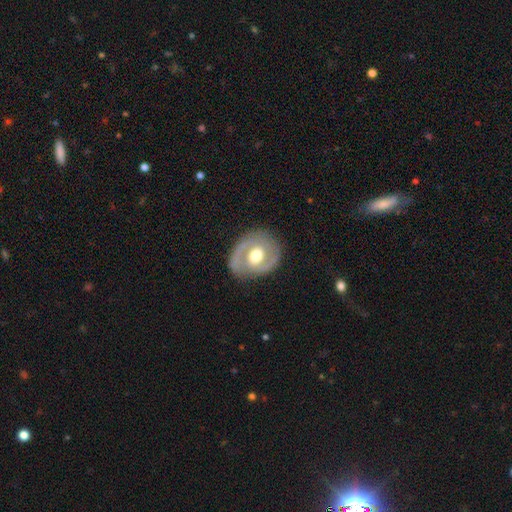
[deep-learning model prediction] This is likely a featured or disk galaxy (74%). It is clearly not viewed edge-on (97%). Bar: possibly no (52%). Spiral arm pattern: likely yes (76%). Spiral arm count: clearly 2 (80%). Spiral winding: marginally medium (43%). Central bulge: likely moderate (72%). Merging: likely none (79%).